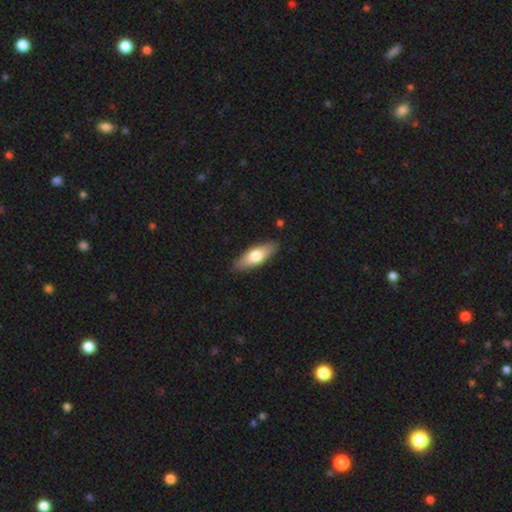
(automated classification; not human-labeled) The model was most divided on "how rounded": in between: 61%, cigar-shaped: 37%, round: 2%. More confident: merging — none (88%); smooth or featured — smooth (68%).